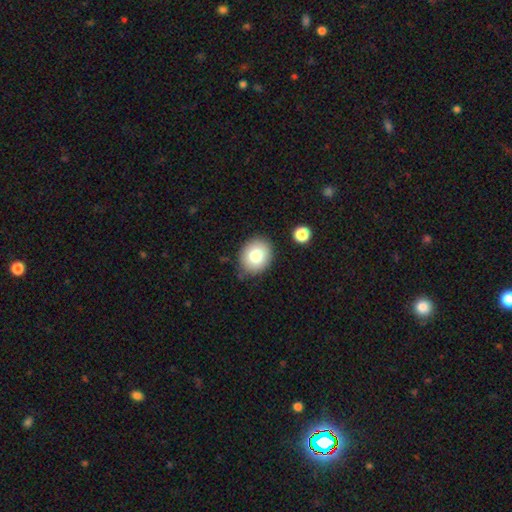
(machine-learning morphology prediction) smooth-or-featured: smooth: 78% | featured or disk: 12% | star or artifact: 10%
  how-rounded: round: 65% | in between: 34% | cigar-shaped: 1%
  merging: none: 84% | minor disturbance: 11% | major disturbance: 3% | merger: 3%